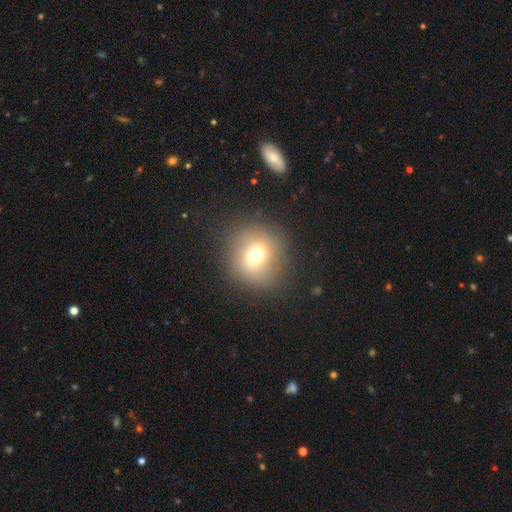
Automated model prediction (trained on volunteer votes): The model was most divided on "smooth or featured": smooth: 70%, star or artifact: 16%, featured or disk: 14%. More confident: how rounded — round (90%); merging — none (86%).